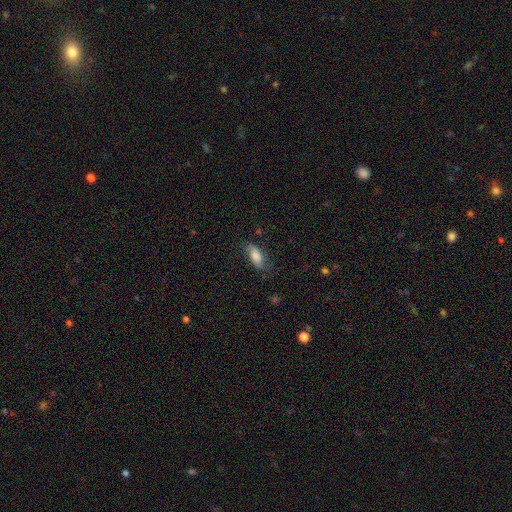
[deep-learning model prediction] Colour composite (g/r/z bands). It shows a smooth galaxy with no disk features (75%) that is in between round and cigar-shaped (83%). Merging: none (64%).